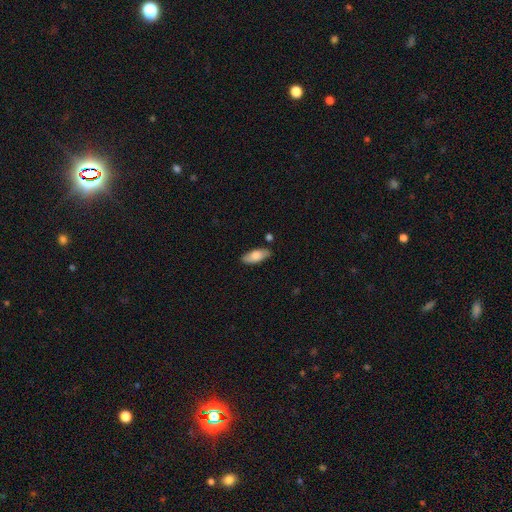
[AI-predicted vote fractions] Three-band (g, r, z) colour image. It shows a smooth galaxy with no disk features (79%) that is in between round and cigar-shaped (81%). Merging: none (84%).